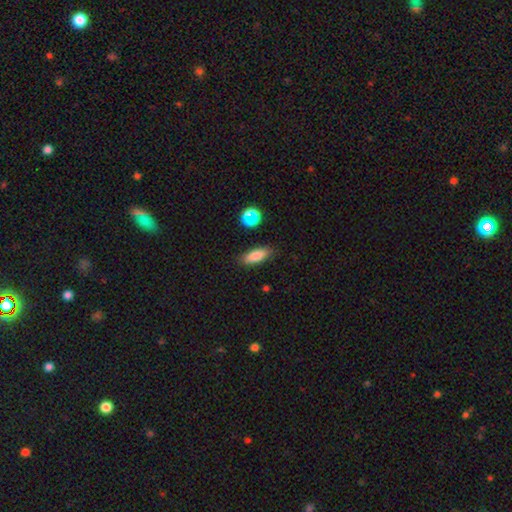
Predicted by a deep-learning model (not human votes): Smooth or featured? smooth (83%)
How rounded? in between (68%)
Merging? none (85%)